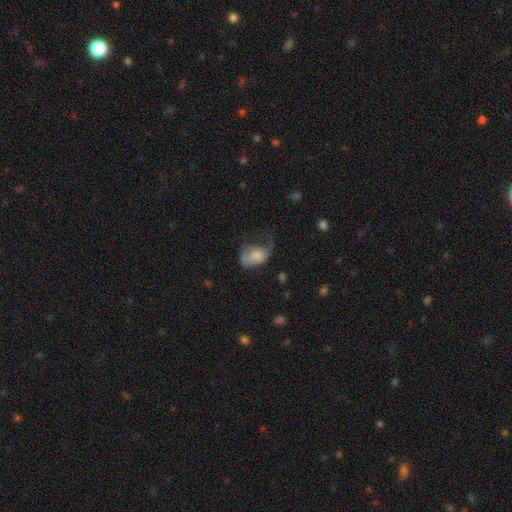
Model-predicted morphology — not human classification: smooth_or_featured: smooth (p=0.67) [alt: featured or disk p=0.25]
how_rounded: in between (p=0.83) [alt: round p=0.15]
merging: major disturbance (p=0.50) [alt: minor disturbance p=0.26]